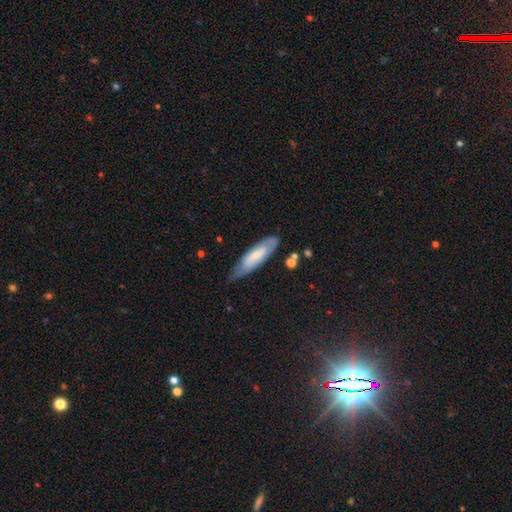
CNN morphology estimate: Smooth or featured? Predicted: smooth (p=0.54). How rounded? Predicted: cigar-shaped (p=0.56). Merging? Predicted: none (p=0.64).